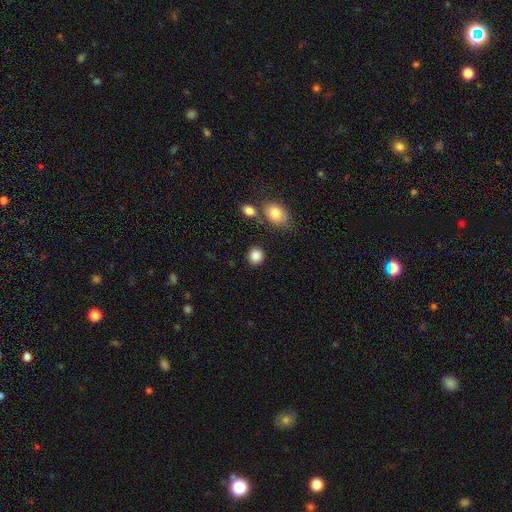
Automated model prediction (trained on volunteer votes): Smooth or featured? smooth (87%)
How rounded? round (81%)
Merging? none (84%)